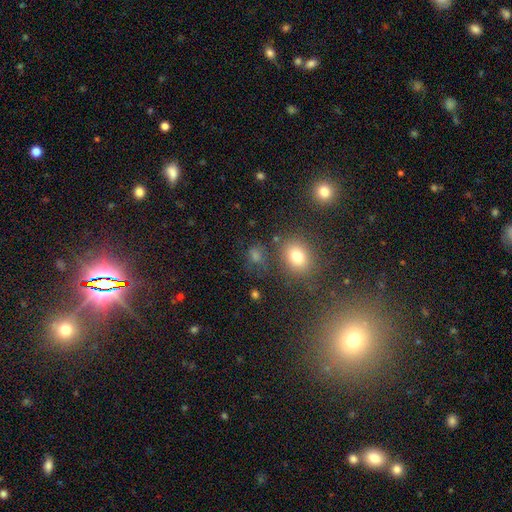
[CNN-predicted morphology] This appears to be a smooth galaxy with no disk features (63%) that is round (53%). Merging: none (77%).